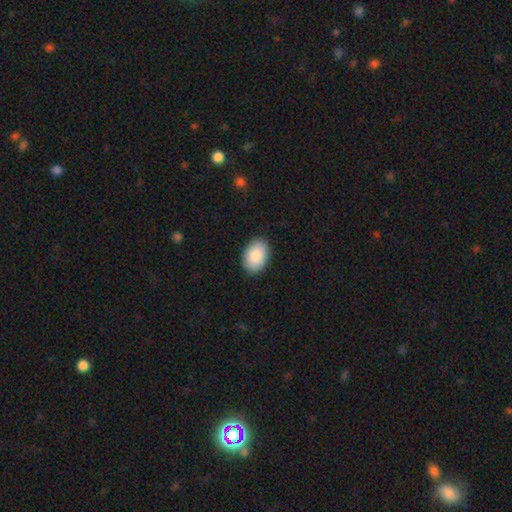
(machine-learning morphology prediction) Smooth or featured: smooth — 89% (star or artifact — 6%)
How rounded: in between — 88% (round — 11%)
Merging: none — 89% (minor disturbance — 8%)